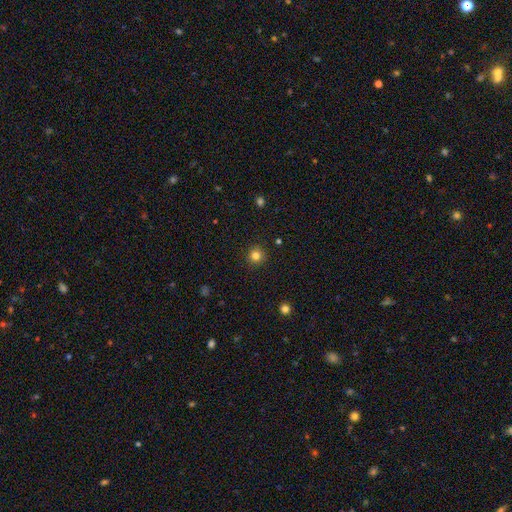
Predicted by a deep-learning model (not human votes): A smooth galaxy with no disk features (82%) that is round (94%).

Vote fractions:
- Smooth or featured? smooth: 82% / star or artifact: 13% / featured or disk: 5%
- How rounded? round: 94% / in between: 5% / cigar-shaped: 1%
- Merging? none: 91% / minor disturbance: 6% / major disturbance: 2% / merger: 1%